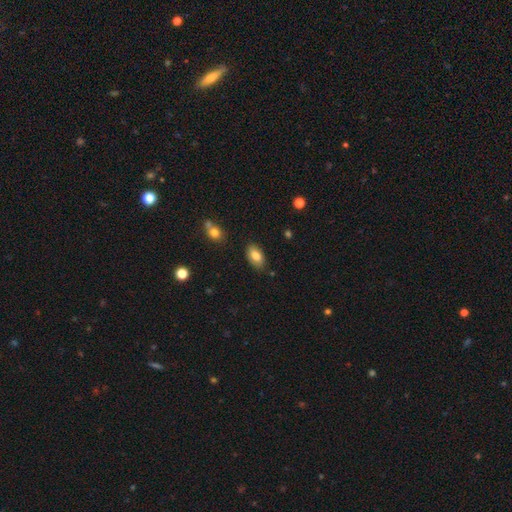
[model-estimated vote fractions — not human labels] Overall: smooth (80%). How rounded: in between (93%). Merging: none (83%).